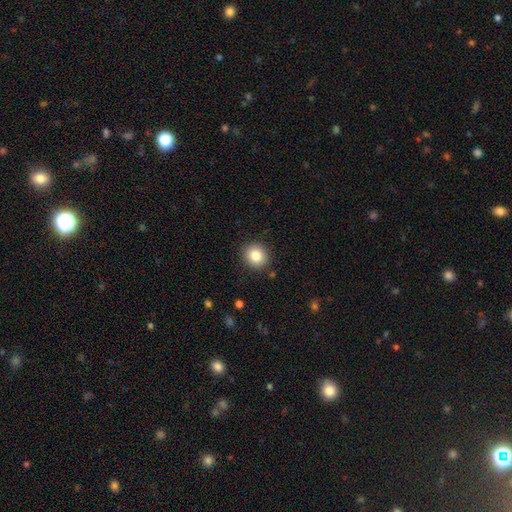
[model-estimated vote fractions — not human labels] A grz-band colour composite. It shows a smooth galaxy with no disk features (82%) that is round (86%). Merging: none (90%).